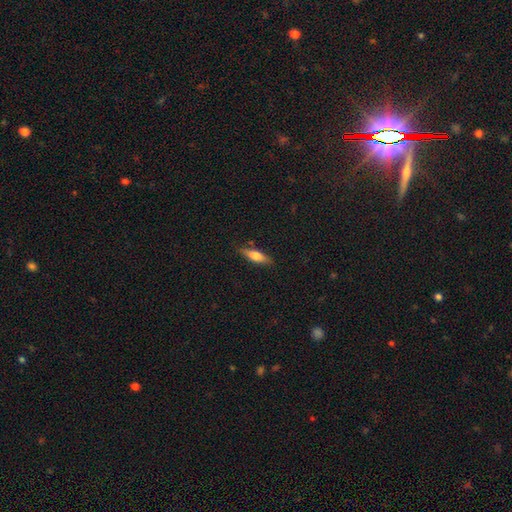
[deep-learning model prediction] smooth_or_featured: smooth (p=0.65) [alt: featured or disk p=0.29]
how_rounded: cigar-shaped (p=0.54) [alt: in between p=0.44]
merging: none (p=0.82) [alt: minor disturbance p=0.13]